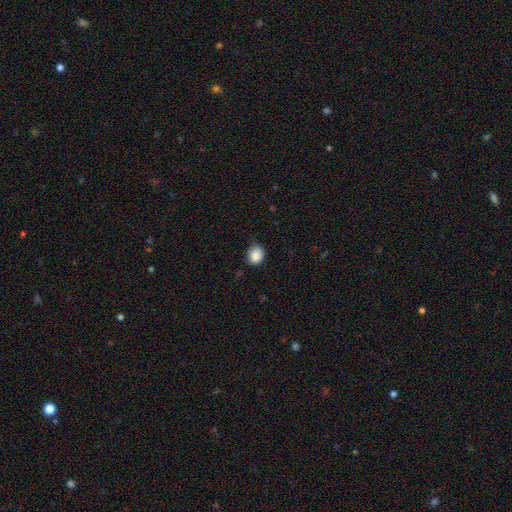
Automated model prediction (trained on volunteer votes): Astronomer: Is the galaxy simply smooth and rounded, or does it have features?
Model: smooth — 87%.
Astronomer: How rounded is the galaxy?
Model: round — 62% (runner-up: in between, 37%).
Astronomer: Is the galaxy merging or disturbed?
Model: none — 72%.